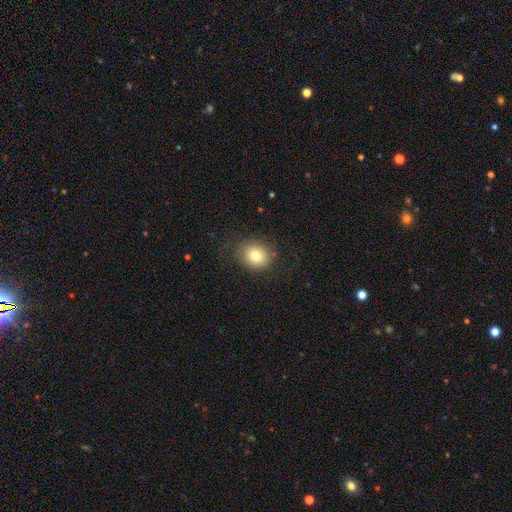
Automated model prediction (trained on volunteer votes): Morphology: type=smooth (77%); roundness=round (74%); merging=none (82%).